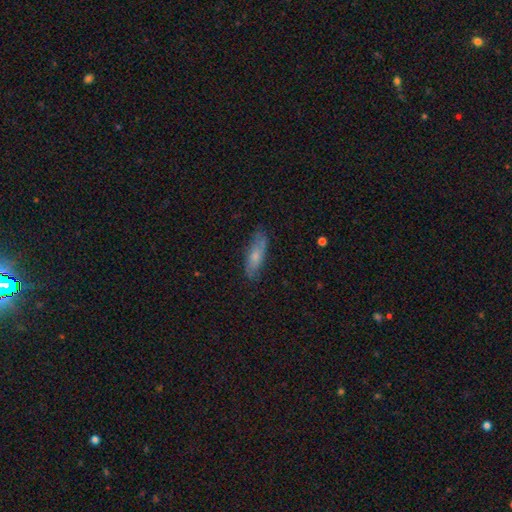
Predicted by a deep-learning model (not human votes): This is likely a smooth galaxy (61%). How rounded: possibly cigar-shaped (53%). Merging: likely none (78%).